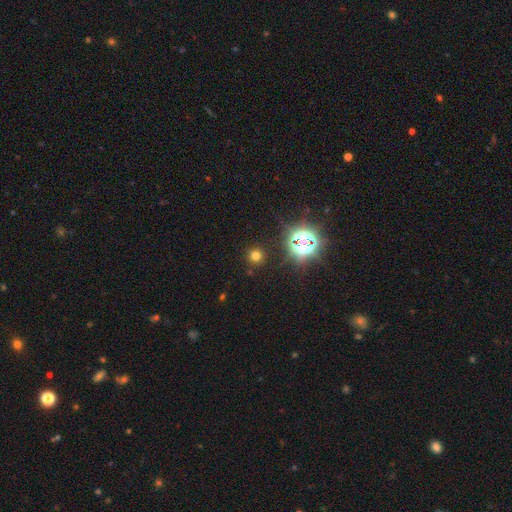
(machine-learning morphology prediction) smooth-or-featured: smooth: 63% | star or artifact: 30% | featured or disk: 7%
  how-rounded: round: 93% | in between: 6% | cigar-shaped: 1%
  merging: none: 89% | minor disturbance: 6% | major disturbance: 3% | merger: 2%